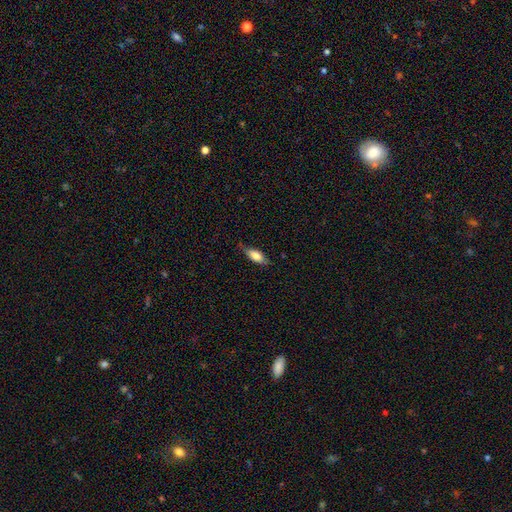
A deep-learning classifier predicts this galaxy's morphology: Smooth or featured? smooth (77%)
How rounded? in between (77%)
Merging? none (71%)